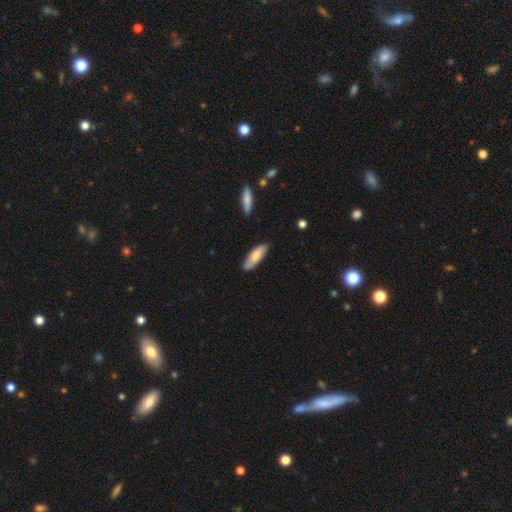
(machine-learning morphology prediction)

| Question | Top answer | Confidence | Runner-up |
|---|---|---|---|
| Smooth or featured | smooth | 76% | featured or disk (18%) |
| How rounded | in between | 60% | cigar-shaped (38%) |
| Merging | none | 77% | minor disturbance (18%) |